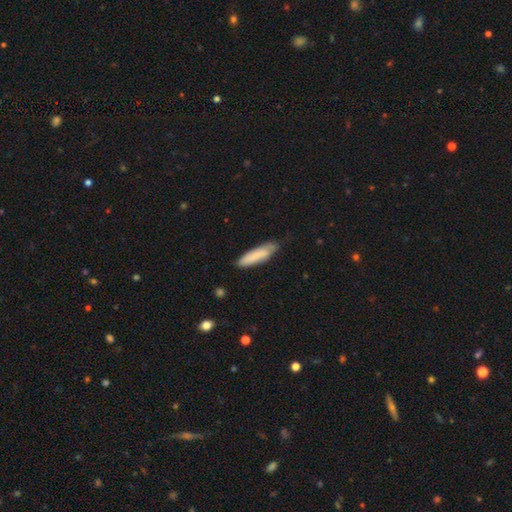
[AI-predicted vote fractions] The model was most divided on "how rounded": cigar-shaped: 69%, in between: 30%, round: 1%. More confident: smooth or featured — smooth (79%); merging — none (72%).